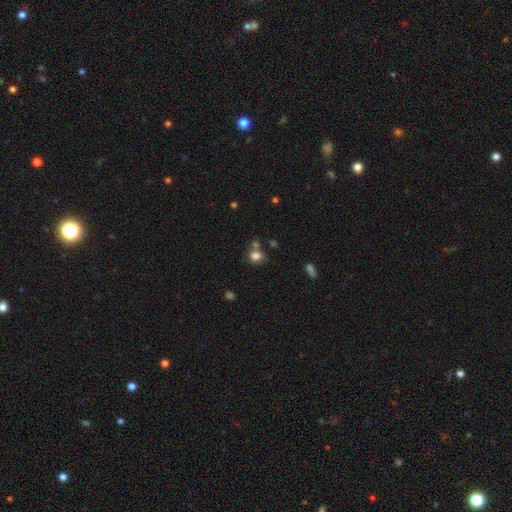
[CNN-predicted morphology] type=smooth (78%); roundness=round (60%); merging=none (53%).